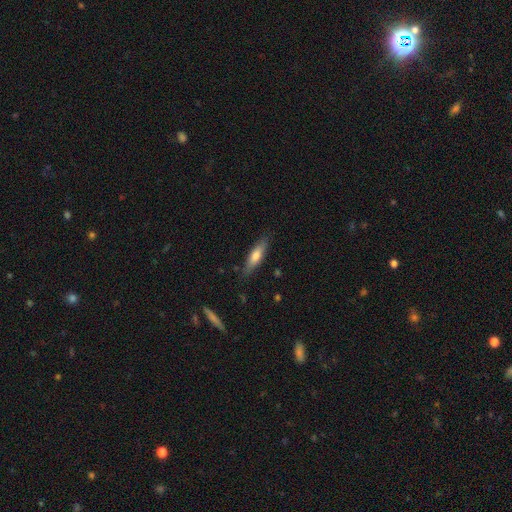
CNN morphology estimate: A smooth galaxy with no disk features (65%) that is cigar-shaped (68%).

Vote fractions:
- Smooth or featured? smooth: 65% / featured or disk: 29% / star or artifact: 6%
- How rounded? cigar-shaped: 68% / in between: 30% / round: 2%
- Merging? none: 83% / minor disturbance: 13% / major disturbance: 3% / merger: 2%